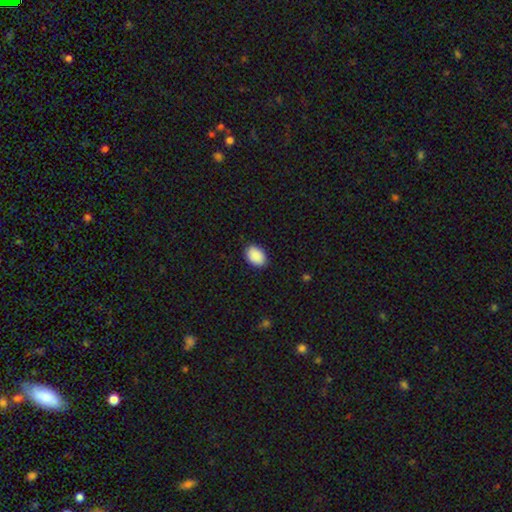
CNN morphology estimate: Smooth or featured?
  - smooth: 91% *
  - star or artifact: 7%
  - featured or disk: 2%
How rounded?
  - in between: 84% *
  - round: 15%
  - cigar-shaped: 1%
Merging?
  - none: 88% *
  - minor disturbance: 9%
  - major disturbance: 2%
  - merger: 1%